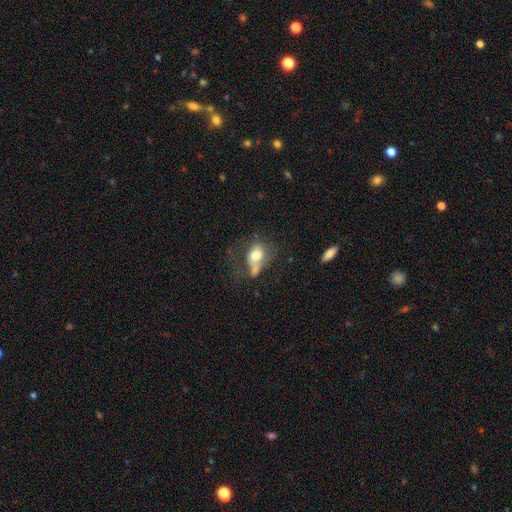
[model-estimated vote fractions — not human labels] This appears to be a smooth galaxy with no disk features (65%) that is in between round and cigar-shaped (63%). Merging: merger (30%).